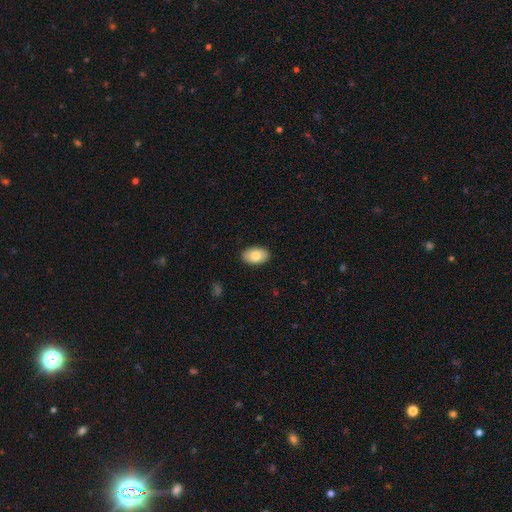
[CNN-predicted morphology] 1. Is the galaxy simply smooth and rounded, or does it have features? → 77% smooth, 16% featured or disk, 6% star or artifact.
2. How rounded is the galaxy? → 93% in between, 6% round, 1% cigar-shaped.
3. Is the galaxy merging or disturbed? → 89% none, 8% minor disturbance, 2% major disturbance, 1% merger.